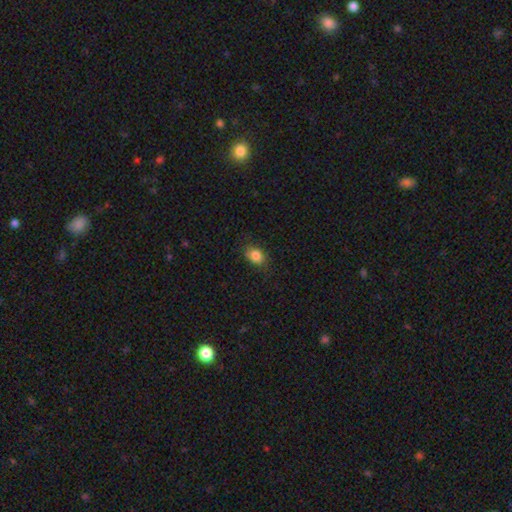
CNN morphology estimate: smooth 84%, star or artifact 10%, featured or disk 6%. Down the decision tree: how rounded — in between (65%); merging — none (81%).